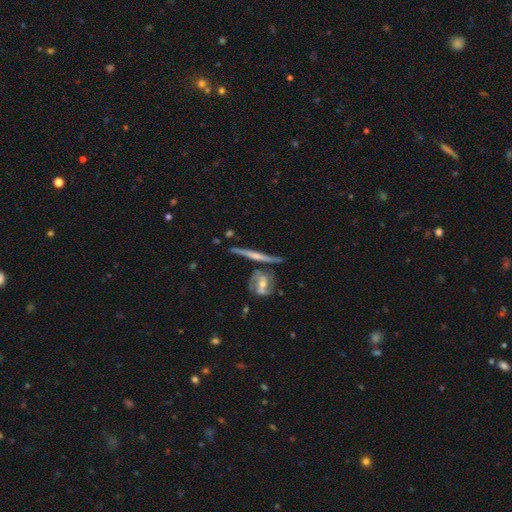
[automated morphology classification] Smooth or featured? Predicted: featured or disk (p=0.74). Edge-on disk? Predicted: yes (p=0.88). Edge-on bulge? Predicted: rounded (p=0.50). Merging? Predicted: none (p=0.67).